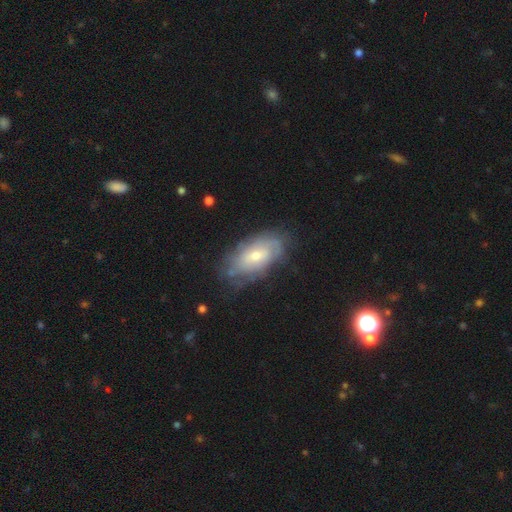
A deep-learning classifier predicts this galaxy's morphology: This is likely a featured or disk galaxy (61%). It is clearly not viewed edge-on (91%). Bar: likely no (72%). Spiral arm pattern: likely yes (74%). Central bulge: possibly small (53%). Merging: likely none (69%).